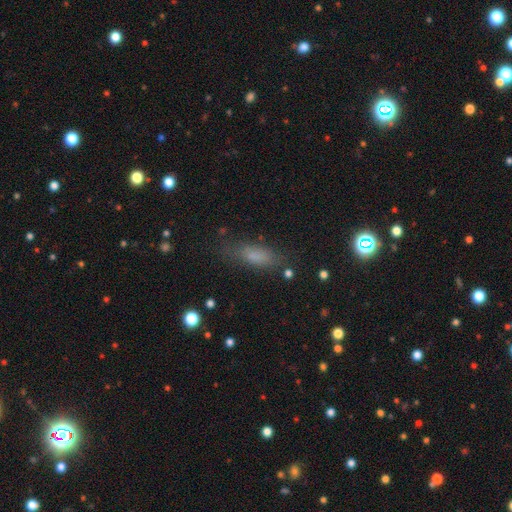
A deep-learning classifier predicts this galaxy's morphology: Smooth or featured? Predicted: smooth (p=0.75). How rounded? Predicted: in between (p=0.60). Merging? Predicted: none (p=0.74).